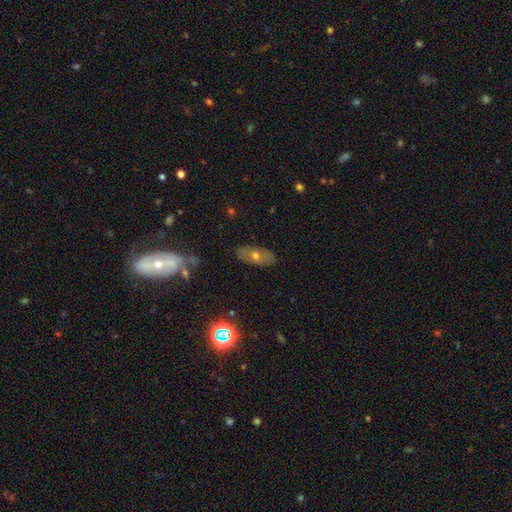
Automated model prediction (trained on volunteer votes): Q: Smooth or featured?
A: smooth (47%); runner-up: featured or disk (38%)
Q: Merging?
A: none (79%); runner-up: minor disturbance (15%)